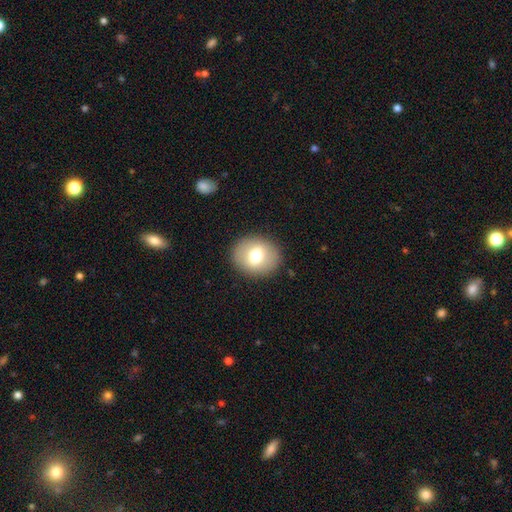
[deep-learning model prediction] Q: Smooth or featured?
A: smooth (68%); runner-up: featured or disk (24%)
Q: How rounded?
A: round (66%); runner-up: in between (33%)
Q: Merging?
A: none (89%); runner-up: minor disturbance (7%)